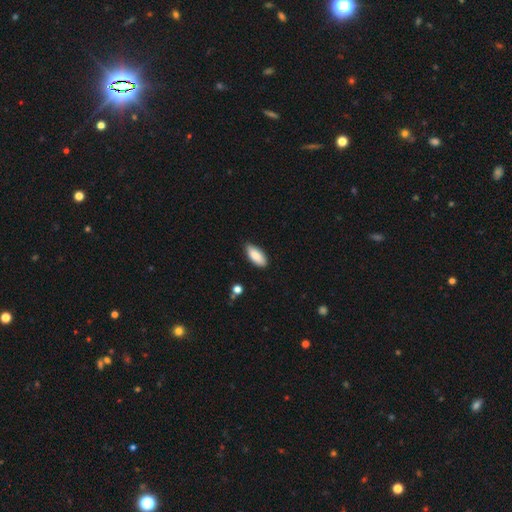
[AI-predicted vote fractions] Overall: smooth (87%). How rounded: in between (85%). Merging: none (83%).